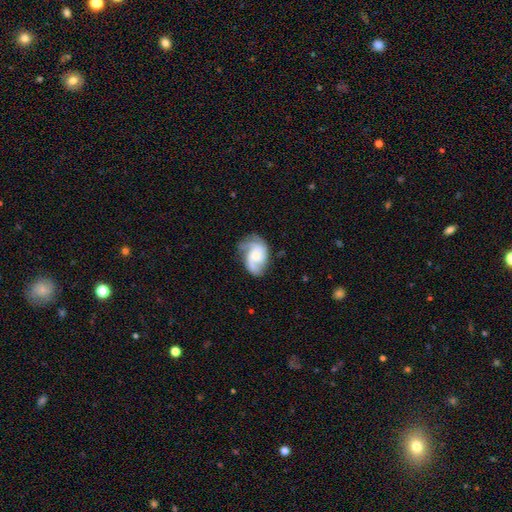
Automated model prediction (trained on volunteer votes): This is likely a featured or disk galaxy (75%). It is clearly not viewed edge-on (97%). Bar: likely no (67%). Spiral arm pattern: clearly yes (94%). Spiral arm count: possibly 2 (52%). Spiral winding: possibly medium (47%). Central bulge: possibly small (46%). Merging: possibly none (58%).